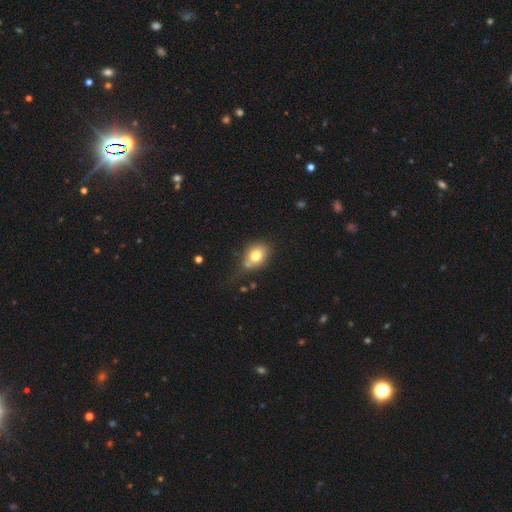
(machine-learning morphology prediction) A smooth galaxy with no disk features (76%) that is in between round and cigar-shaped (58%). Merging: none (53%).